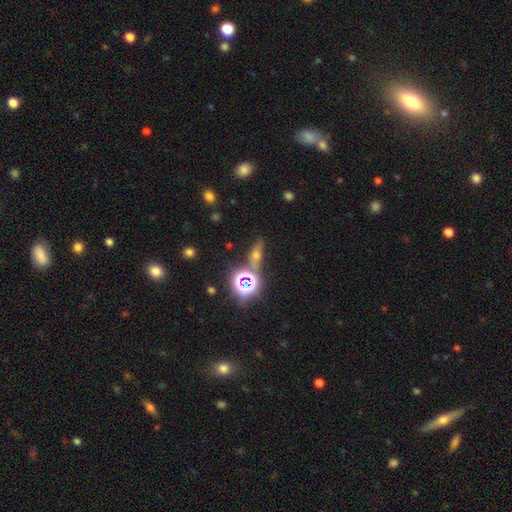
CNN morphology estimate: type=star or artifact (38%).